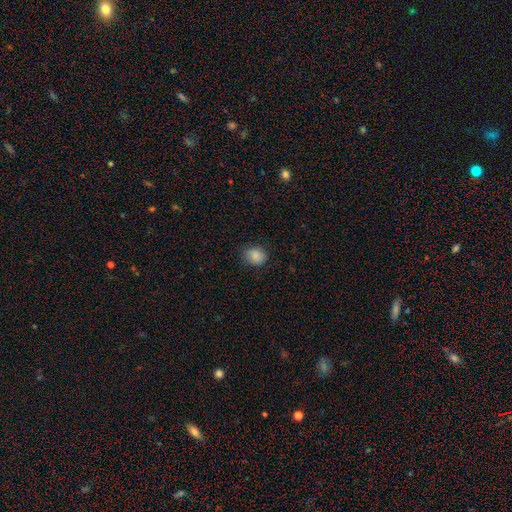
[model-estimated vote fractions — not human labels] Smooth or featured?
  - smooth: 87% *
  - star or artifact: 9%
  - featured or disk: 5%
How rounded?
  - round: 61% *
  - in between: 38%
  - cigar-shaped: 1%
Merging?
  - none: 77% *
  - minor disturbance: 19%
  - major disturbance: 4%
  - merger: 1%